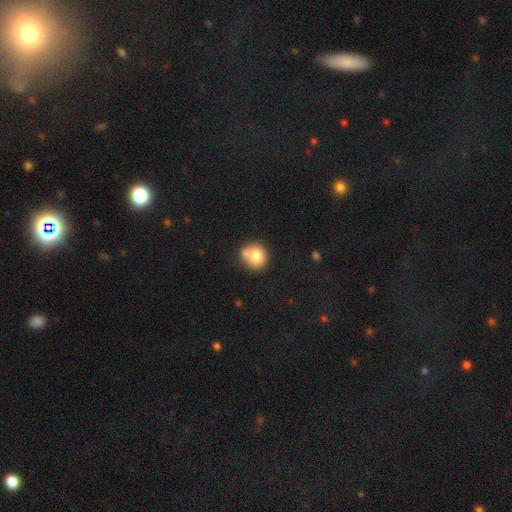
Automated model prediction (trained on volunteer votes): Smooth or featured?
  - smooth: 75% *
  - featured or disk: 16%
  - star or artifact: 9%
How rounded?
  - round: 78% *
  - in between: 22%
  - cigar-shaped: 1%
Merging?
  - none: 48% *
  - merger: 35%
  - minor disturbance: 13%
  - major disturbance: 4%